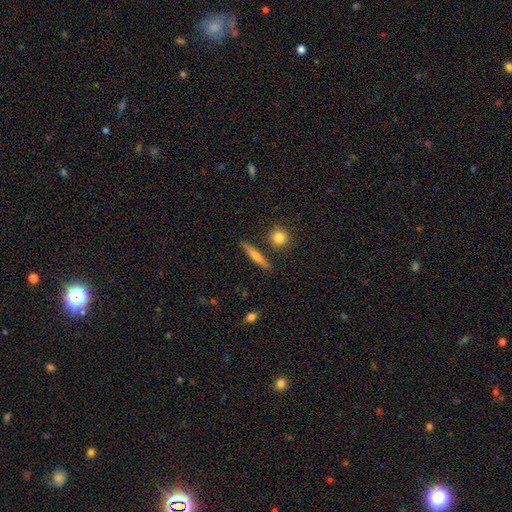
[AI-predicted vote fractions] smooth_or_featured: smooth (p=0.56) [alt: featured or disk p=0.37]
how_rounded: cigar-shaped (p=0.87) [alt: in between p=0.09]
merging: none (p=0.86) [alt: minor disturbance p=0.08]